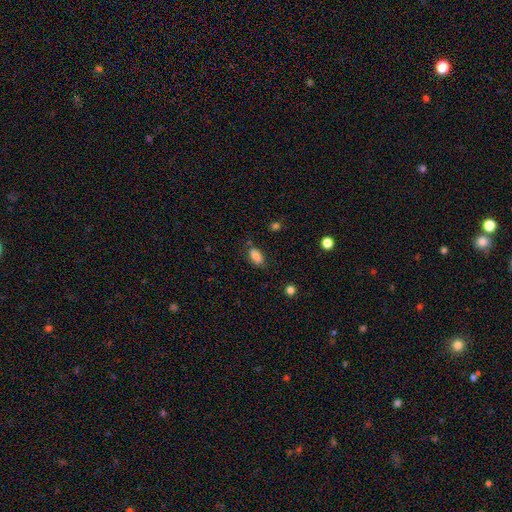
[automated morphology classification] smooth_or_featured: smooth (p=0.83) [alt: star or artifact p=0.09]
how_rounded: in between (p=0.90) [alt: round p=0.06]
merging: none (p=0.74) [alt: minor disturbance p=0.18]